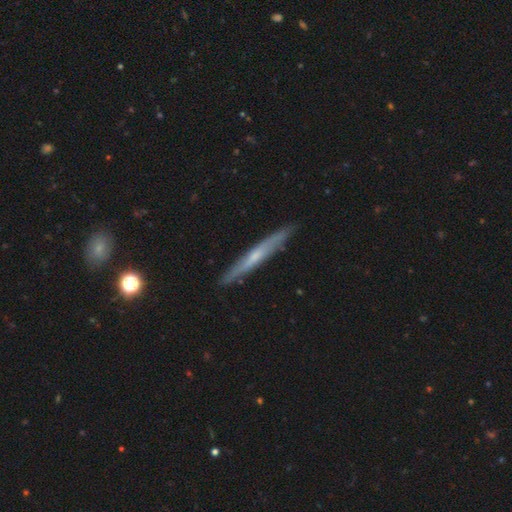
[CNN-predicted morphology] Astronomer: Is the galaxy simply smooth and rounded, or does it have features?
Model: featured or disk — 58% (runner-up: smooth, 36%).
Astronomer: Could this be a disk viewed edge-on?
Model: yes — 92%.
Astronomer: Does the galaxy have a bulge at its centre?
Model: none — 53% (runner-up: rounded, 41%).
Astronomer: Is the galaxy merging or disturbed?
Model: none — 87%.